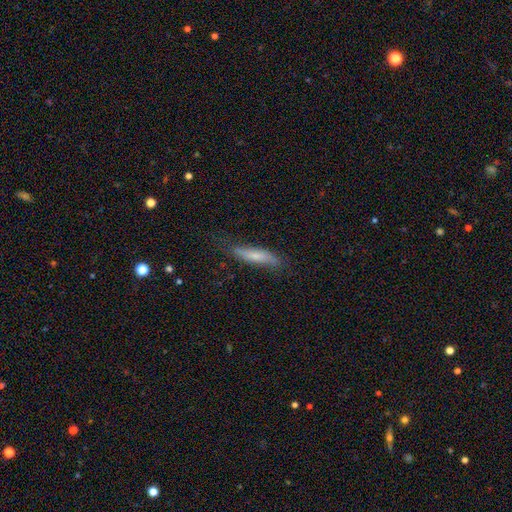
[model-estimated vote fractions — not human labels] The model was most divided on "smooth or featured": smooth: 61%, featured or disk: 32%, star or artifact: 7%. More confident: how rounded — cigar-shaped (81%); merging — none (70%).